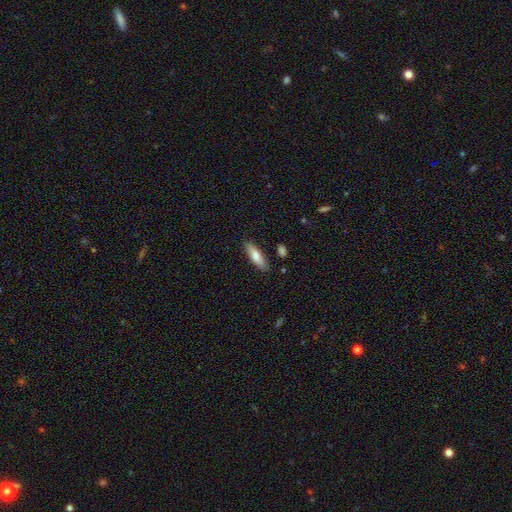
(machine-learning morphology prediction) A smooth galaxy with no disk features (75%) that is cigar-shaped (57%).

Vote fractions:
- Smooth or featured? smooth: 75% / featured or disk: 19% / star or artifact: 6%
- How rounded? cigar-shaped: 57% / in between: 41% / round: 2%
- Merging? none: 85% / minor disturbance: 10% / merger: 2% / major disturbance: 2%